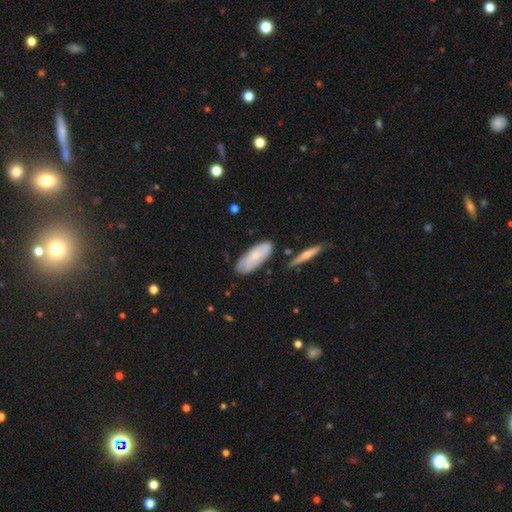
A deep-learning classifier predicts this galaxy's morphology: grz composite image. It shows a smooth galaxy with no disk features (60%) that is in between round and cigar-shaped (75%). Merging: none (72%).